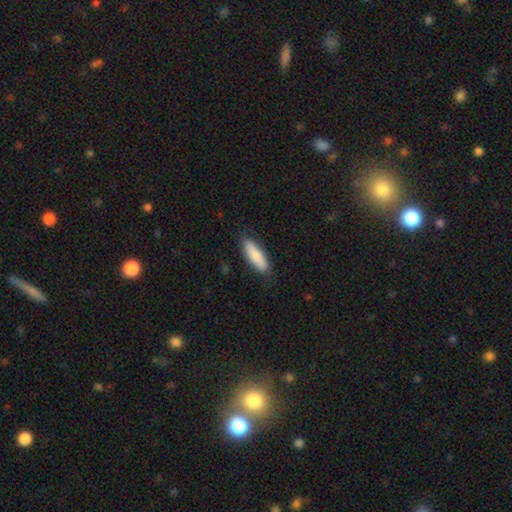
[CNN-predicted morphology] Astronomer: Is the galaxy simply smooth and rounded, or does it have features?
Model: smooth — 82%.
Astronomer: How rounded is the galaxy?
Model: cigar-shaped — 57% (runner-up: in between, 41%).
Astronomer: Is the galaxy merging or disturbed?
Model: none — 84%.